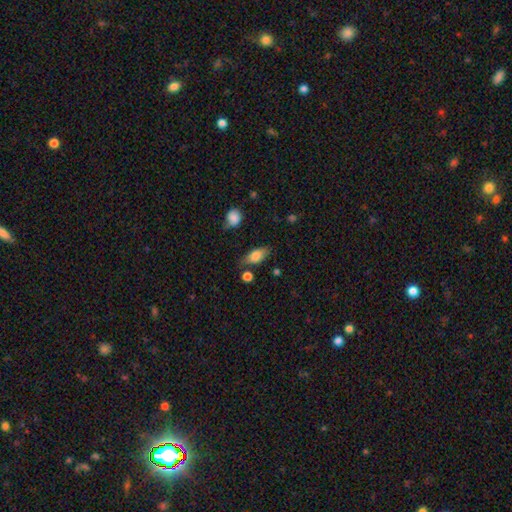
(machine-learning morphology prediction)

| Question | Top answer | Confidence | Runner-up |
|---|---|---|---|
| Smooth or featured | smooth | 76% | featured or disk (16%) |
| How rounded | in between | 84% | cigar-shaped (10%) |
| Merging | none | 69% | minor disturbance (20%) |